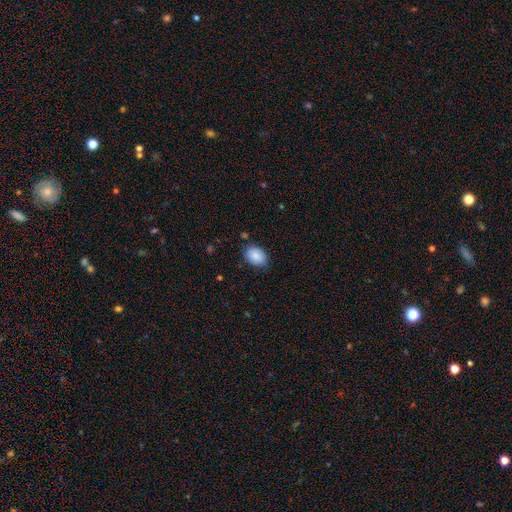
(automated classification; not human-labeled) Morphology: type=smooth (86%); roundness=in between (76%); merging=none (75%).